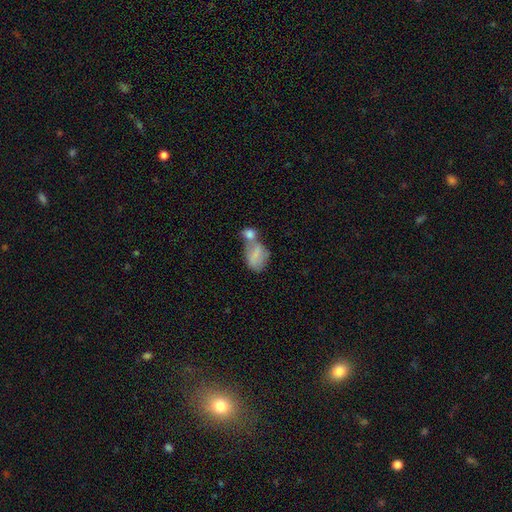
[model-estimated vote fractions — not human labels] A smooth galaxy with no disk features (74%) that is in between round and cigar-shaped (80%).

Vote fractions:
- Smooth or featured? smooth: 74% / featured or disk: 18% / star or artifact: 8%
- How rounded? in between: 80% / round: 18% / cigar-shaped: 2%
- Merging? merger: 62% / none: 18% / minor disturbance: 12% / major disturbance: 9%